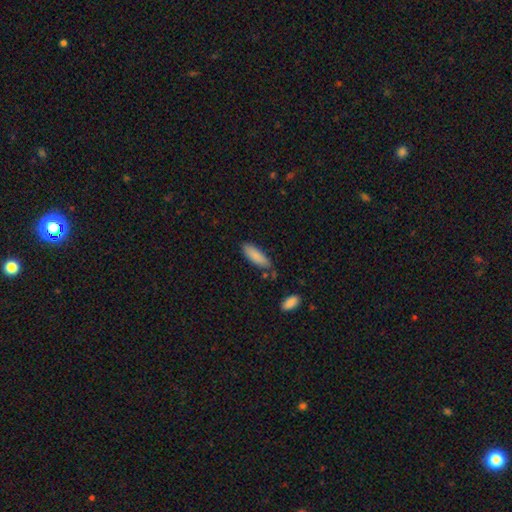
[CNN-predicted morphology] Q: Smooth or featured?
A: smooth (86%); runner-up: featured or disk (7%)
Q: How rounded?
A: in between (51%); runner-up: cigar-shaped (47%)
Q: Merging?
A: none (75%); runner-up: minor disturbance (18%)